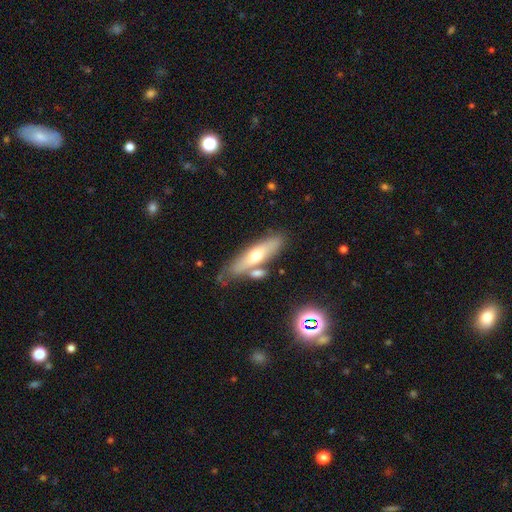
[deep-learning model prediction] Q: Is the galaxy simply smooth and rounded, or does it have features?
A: smooth — 53%.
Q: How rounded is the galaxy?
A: cigar-shaped — 65%.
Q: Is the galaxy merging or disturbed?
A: none — 64%.